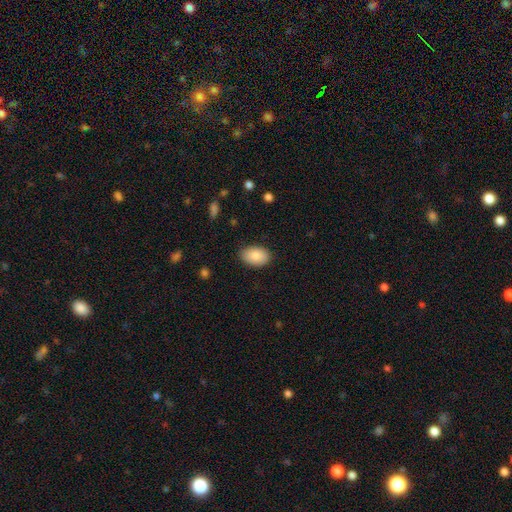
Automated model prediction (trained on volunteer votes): Morphology: type=smooth (87%); roundness=in between (91%); merging=none (85%).